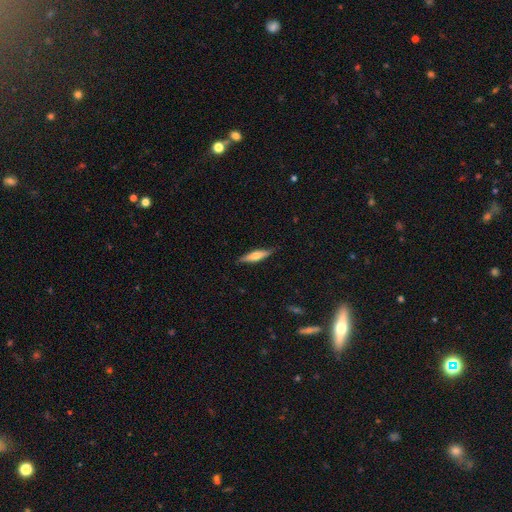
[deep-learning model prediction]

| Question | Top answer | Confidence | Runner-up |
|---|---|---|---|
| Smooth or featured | smooth | 53% | featured or disk (41%) |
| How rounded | cigar-shaped | 80% | in between (18%) |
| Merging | none | 84% | minor disturbance (13%) |